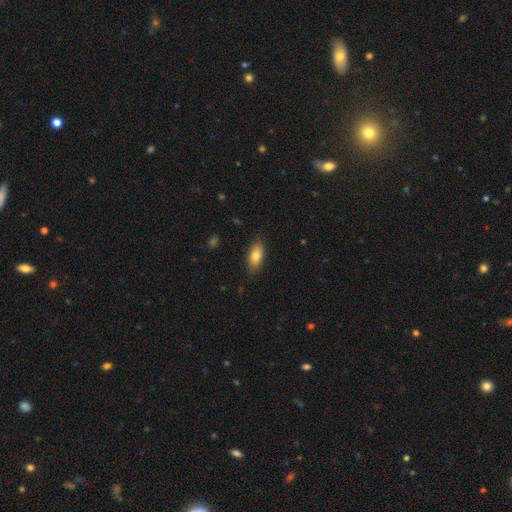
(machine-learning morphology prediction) Smooth or featured?
  - smooth: 80% *
  - featured or disk: 12%
  - star or artifact: 7%
How rounded?
  - in between: 87% *
  - cigar-shaped: 9%
  - round: 4%
Merging?
  - none: 84% *
  - minor disturbance: 12%
  - major disturbance: 3%
  - merger: 1%